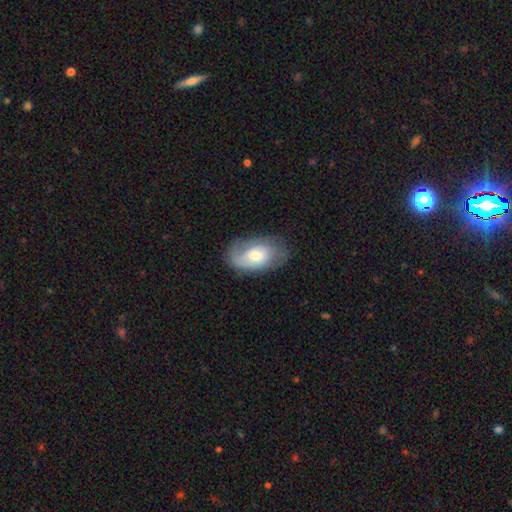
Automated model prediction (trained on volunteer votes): Smooth or featured?
  - featured or disk: 55% *
  - smooth: 38%
  - star or artifact: 7%
Edge-on disk?
  - no: 94% *
  - yes: 6%
Bar?
  - no: 71% *
  - weak: 25%
  - strong: 5%
Spiral arms?
  - yes: 79% *
  - no: 21%
Bulge size?
  - moderate: 56% *
  - small: 34%
  - large: 8%
  - none: 1%
  - dominant: 1%
Merging?
  - none: 69% *
  - minor disturbance: 20%
  - major disturbance: 9%
  - merger: 1%